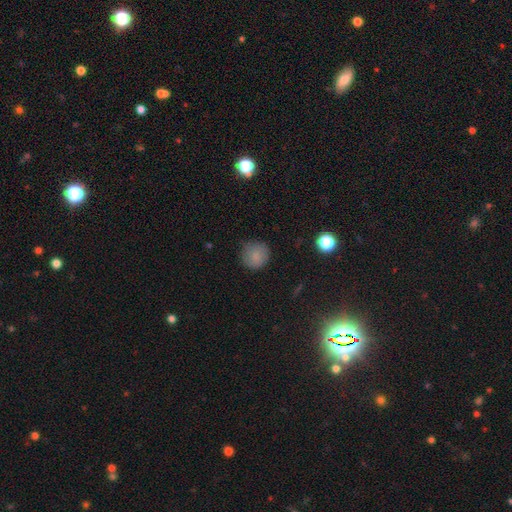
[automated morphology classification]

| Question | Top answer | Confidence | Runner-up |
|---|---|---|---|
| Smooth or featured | smooth | 83% | star or artifact (11%) |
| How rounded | round | 92% | in between (7%) |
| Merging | none | 78% | minor disturbance (16%) |